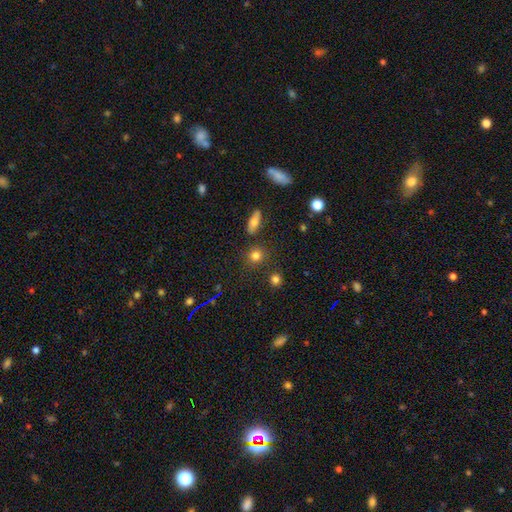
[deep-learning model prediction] This is likely a smooth galaxy (79%). How rounded: clearly round (85%). Merging: clearly none (83%).